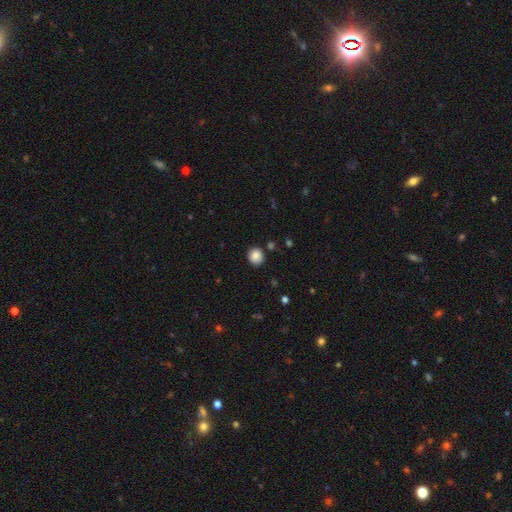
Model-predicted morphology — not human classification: A smooth galaxy with no disk features (86%) that is round (85%). Merging: none (85%).